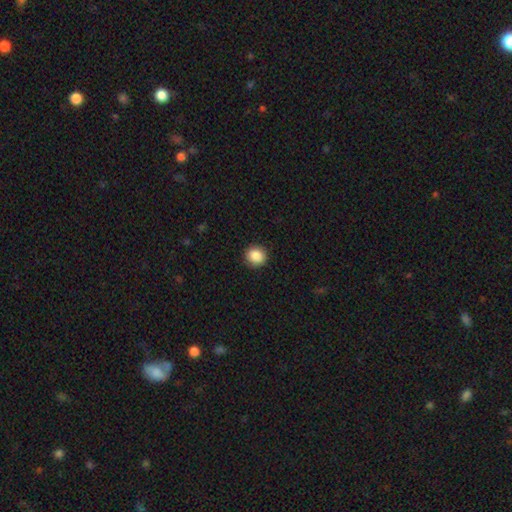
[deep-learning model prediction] A smooth galaxy with no disk features (87%) that is round (90%). Merging: none (92%).